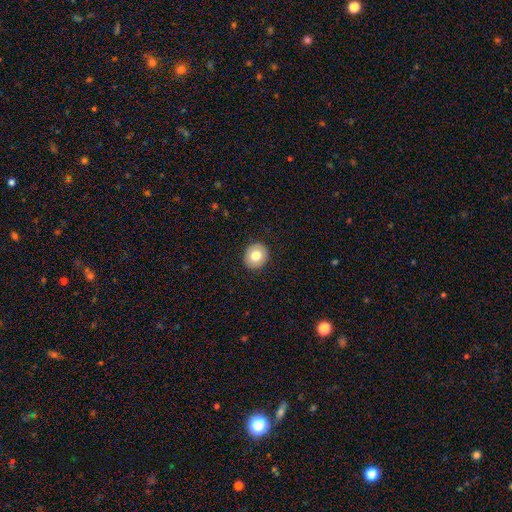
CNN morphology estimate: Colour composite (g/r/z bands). It shows a smooth galaxy with no disk features (77%) that is round (80%). Merging: none (91%).